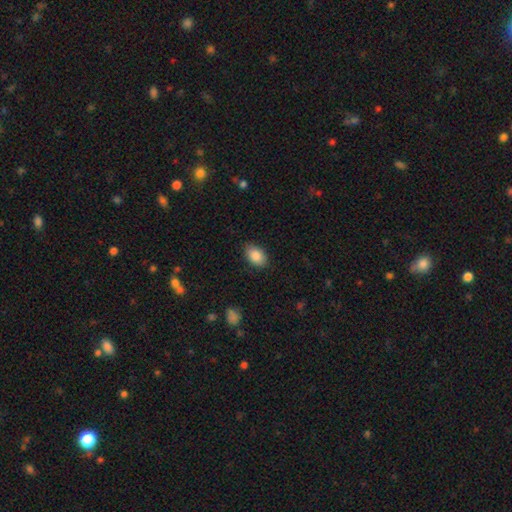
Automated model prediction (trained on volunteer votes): This appears to be a smooth galaxy with no disk features (88%) that is in between round and cigar-shaped (87%). Merging: none (85%).